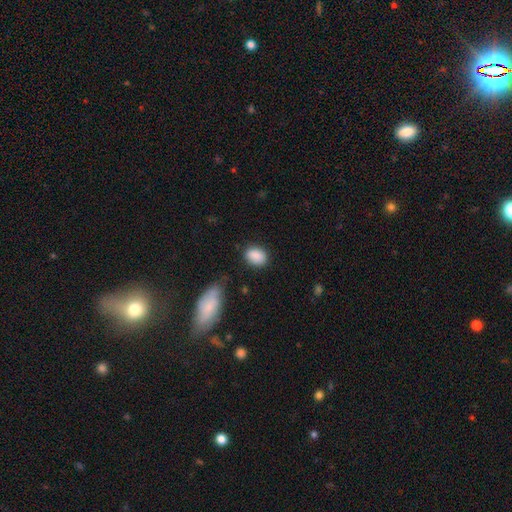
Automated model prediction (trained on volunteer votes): A smooth galaxy with no disk features (88%) that is in between round and cigar-shaped (74%).

Vote fractions:
- Smooth or featured? smooth: 88% / star or artifact: 7% / featured or disk: 5%
- How rounded? in between: 74% / round: 24% / cigar-shaped: 1%
- Merging? none: 78% / minor disturbance: 15% / major disturbance: 4% / merger: 3%